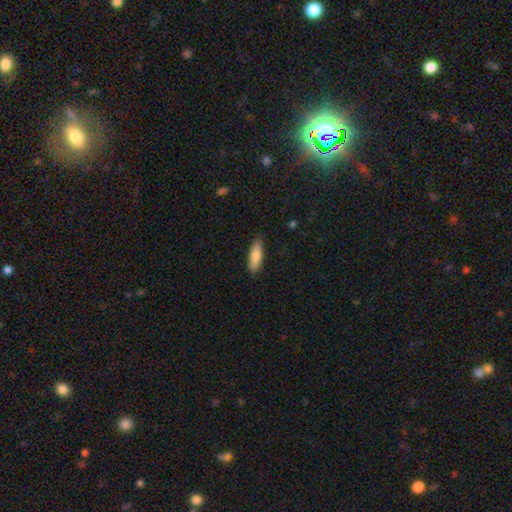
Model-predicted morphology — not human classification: type=smooth (80%); roundness=in between (56%); merging=none (83%).